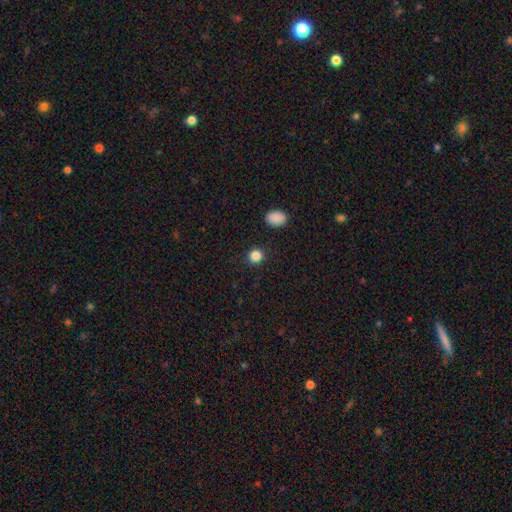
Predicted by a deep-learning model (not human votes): Smooth or featured?
  - smooth: 85% *
  - star or artifact: 11%
  - featured or disk: 3%
How rounded?
  - round: 87% *
  - in between: 12%
  - cigar-shaped: 1%
Merging?
  - none: 90% *
  - minor disturbance: 6%
  - major disturbance: 2%
  - merger: 2%